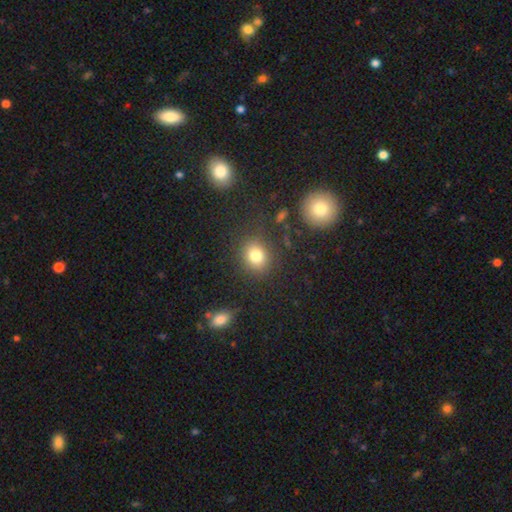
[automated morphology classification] Smooth or featured? smooth (80%)
How rounded? round (64%)
Merging? none (82%)